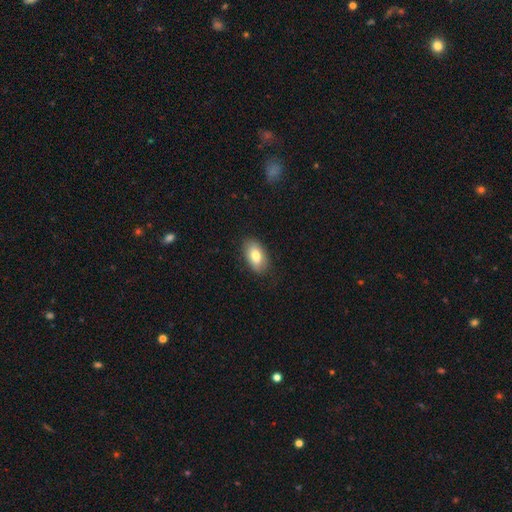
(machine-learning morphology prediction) Overall: smooth (78%). How rounded: in between (92%). Merging: none (83%).